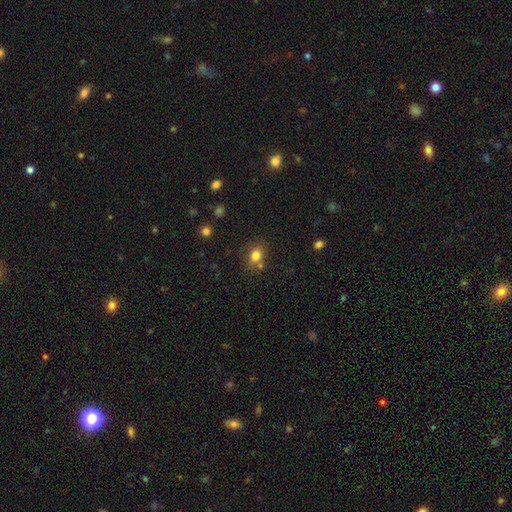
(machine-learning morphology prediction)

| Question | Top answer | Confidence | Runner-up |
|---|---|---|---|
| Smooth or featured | smooth | 78% | star or artifact (12%) |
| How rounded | round | 51% | in between (48%) |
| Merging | none | 66% | minor disturbance (15%) |